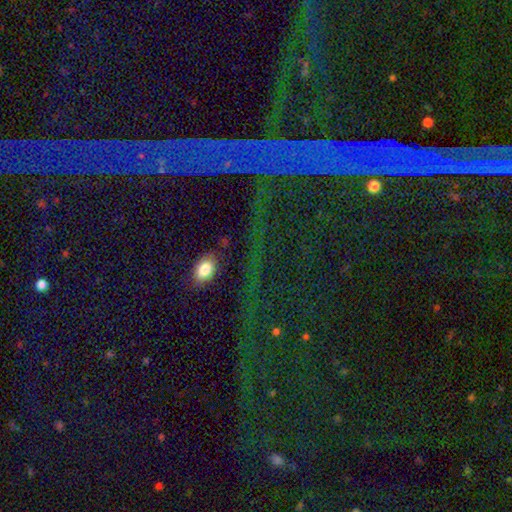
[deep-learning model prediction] The model was most divided on "smooth or featured": star or artifact: 74%, smooth: 15%, featured or disk: 11%.